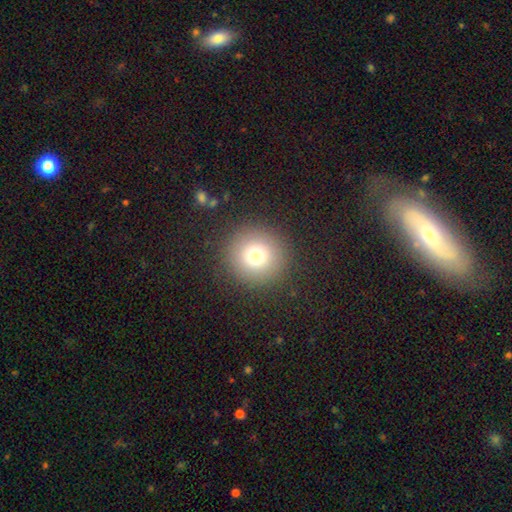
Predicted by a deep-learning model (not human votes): This appears to be a smooth galaxy with no disk features (75%) that is round (95%). Merging: none (90%).